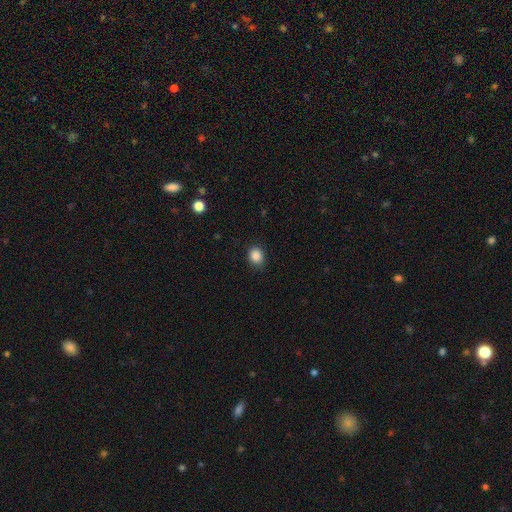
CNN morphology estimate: Smooth or featured? Predicted: smooth (p=0.87). How rounded? Predicted: round (p=0.66). Merging? Predicted: none (p=0.88).